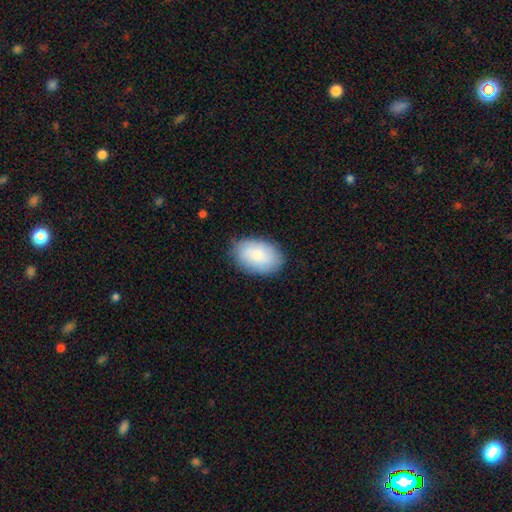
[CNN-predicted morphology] smooth_or_featured: smooth (p=0.80) [alt: featured or disk p=0.13]
how_rounded: in between (p=0.90) [alt: round p=0.09]
merging: none (p=0.84) [alt: minor disturbance p=0.13]